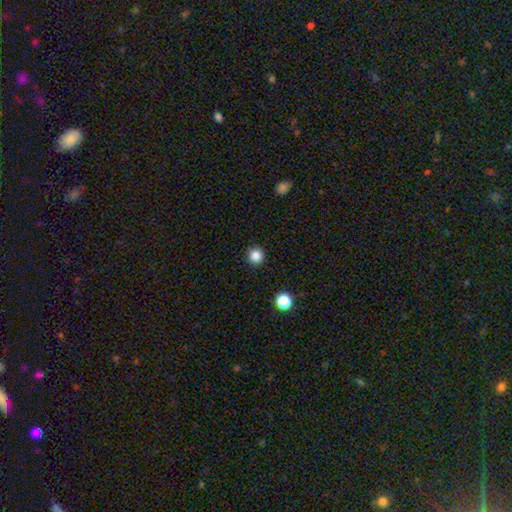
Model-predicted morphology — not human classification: Smooth or featured?
  - smooth: 84% *
  - star or artifact: 12%
  - featured or disk: 4%
How rounded?
  - round: 95% *
  - in between: 4%
  - cigar-shaped: 1%
Merging?
  - none: 93% *
  - minor disturbance: 5%
  - major disturbance: 2%
  - merger: 1%